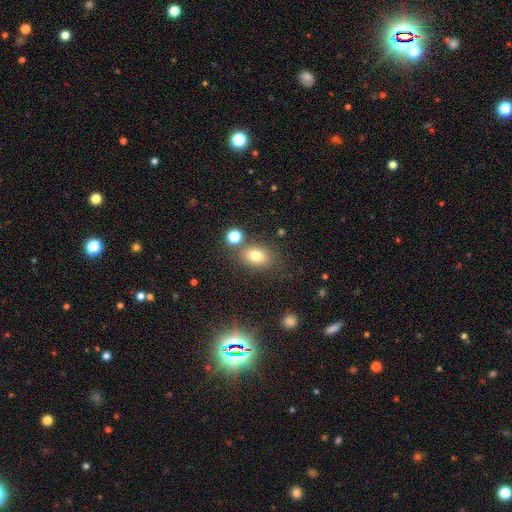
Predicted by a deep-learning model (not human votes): The model was most divided on "how rounded": in between: 68%, round: 31%, cigar-shaped: 1%. More confident: smooth or featured — smooth (77%); merging — none (72%).